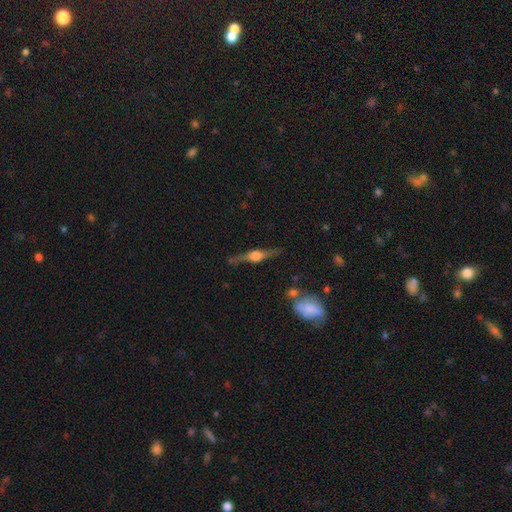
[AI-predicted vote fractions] Morphology: type=featured or disk (83%); edge-on=yes (97%); edge-on bulge=rounded (92%); merging=none (84%).